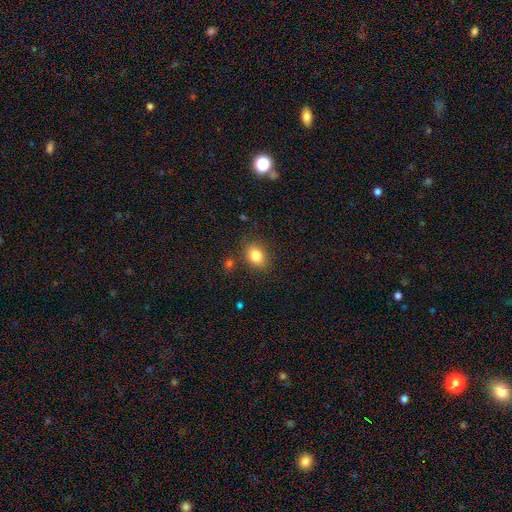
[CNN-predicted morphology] smooth_or_featured: smooth (p=0.83) [alt: star or artifact p=0.10]
how_rounded: in between (p=0.63) [alt: round p=0.35]
merging: none (p=0.81) [alt: minor disturbance p=0.12]